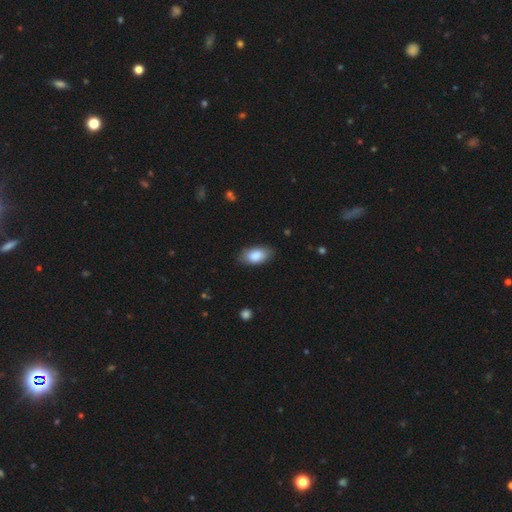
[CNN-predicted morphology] smooth_or_featured: smooth (p=0.86) [alt: featured or disk p=0.08]
how_rounded: in between (p=0.93) [alt: round p=0.04]
merging: none (p=0.83) [alt: minor disturbance p=0.13]